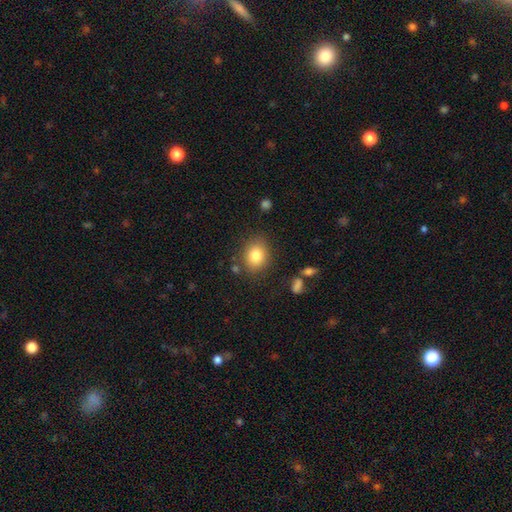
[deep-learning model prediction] Q: Smooth or featured?
A: smooth (83%); runner-up: star or artifact (9%)
Q: How rounded?
A: round (54%); runner-up: in between (45%)
Q: Merging?
A: none (82%); runner-up: minor disturbance (11%)